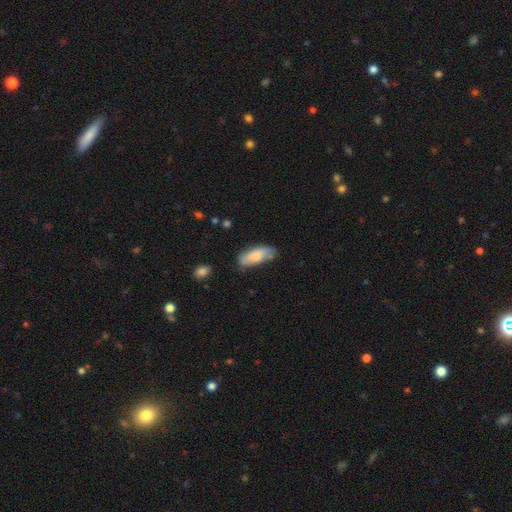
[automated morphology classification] A smooth galaxy with no disk features (77%) that is in between round and cigar-shaped (79%).

Vote fractions:
- Smooth or featured? smooth: 77% / featured or disk: 17% / star or artifact: 6%
- How rounded? in between: 79% / cigar-shaped: 20% / round: 2%
- Merging? none: 70% / minor disturbance: 23% / major disturbance: 5% / merger: 2%